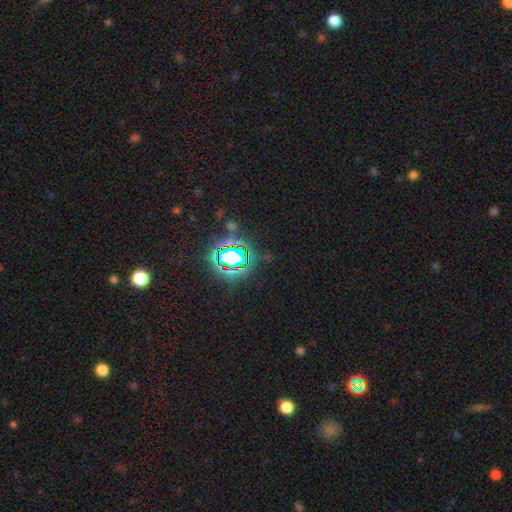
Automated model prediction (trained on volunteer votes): smooth-or-featured: star or artifact: 79% | smooth: 13% | featured or disk: 7%